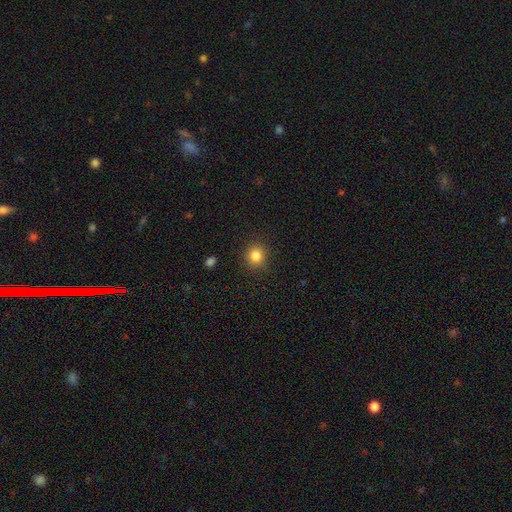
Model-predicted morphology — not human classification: The model was most divided on "smooth or featured": smooth: 84%, star or artifact: 12%, featured or disk: 5%. More confident: merging — none (88%); how rounded — round (86%).